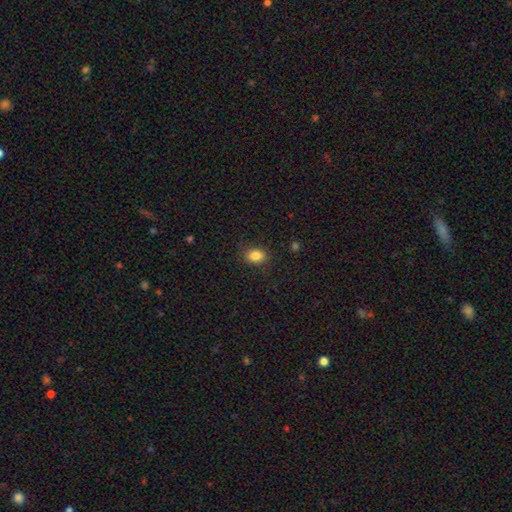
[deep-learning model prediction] Smooth or featured: smooth — 84% (star or artifact — 10%)
How rounded: in between — 65% (round — 34%)
Merging: none — 85% (minor disturbance — 11%)